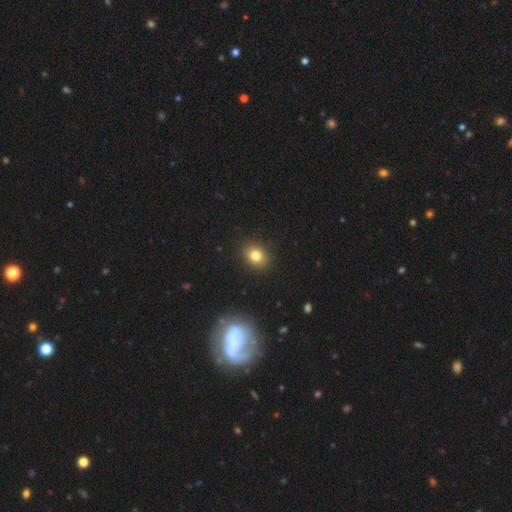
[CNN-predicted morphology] This is clearly a smooth galaxy (80%). How rounded: possibly round (55%). Merging: clearly none (89%).